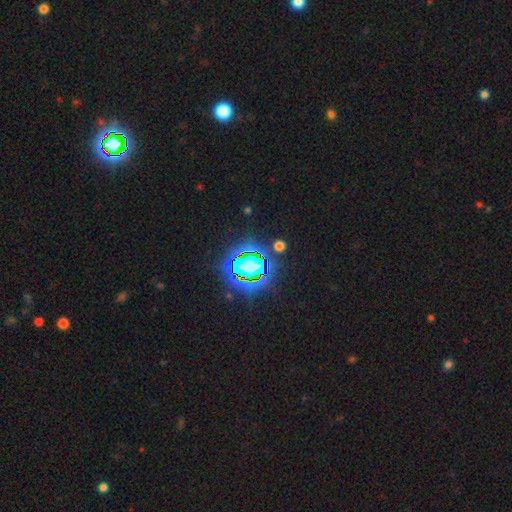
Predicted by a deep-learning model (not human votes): A star or artifact, not a galaxy (78%).